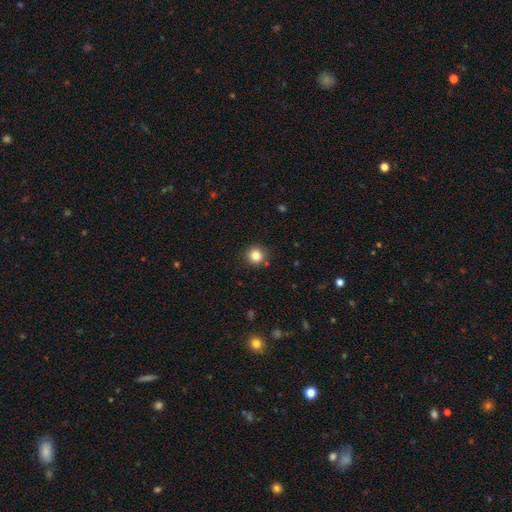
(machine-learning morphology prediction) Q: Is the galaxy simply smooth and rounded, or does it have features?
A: smooth — 83%.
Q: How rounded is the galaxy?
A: round — 92%.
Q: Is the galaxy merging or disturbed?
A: none — 89%.